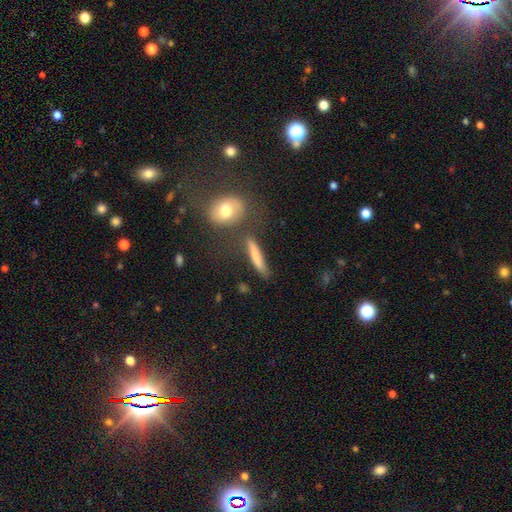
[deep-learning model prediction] Smooth or featured? smooth (71%)
How rounded? cigar-shaped (86%)
Merging? none (74%)